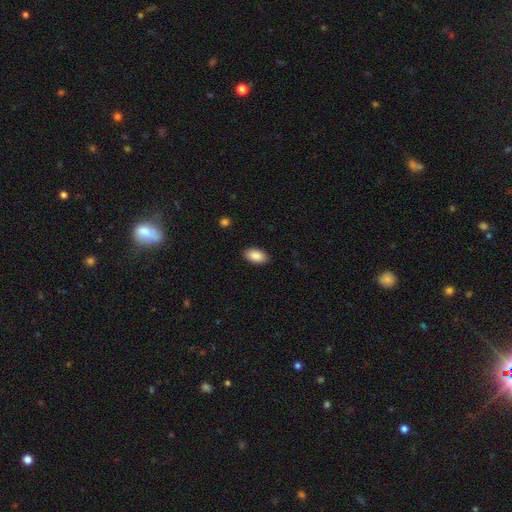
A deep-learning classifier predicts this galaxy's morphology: smooth 89%, star or artifact 7%, featured or disk 4%. Down the decision tree: how rounded — in between (94%); merging — none (89%).